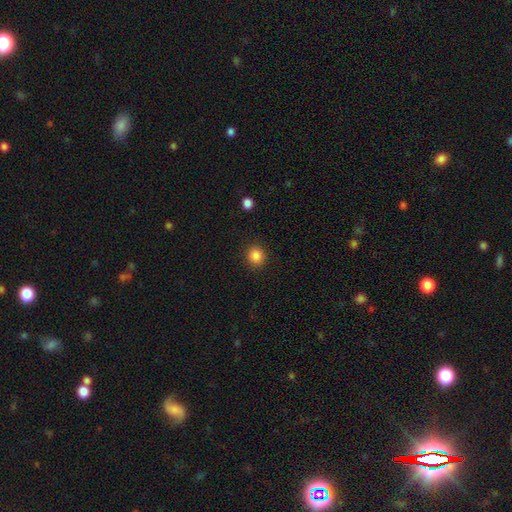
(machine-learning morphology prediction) Smooth or featured? Predicted: smooth (p=0.86). How rounded? Predicted: round (p=0.88). Merging? Predicted: none (p=0.90).